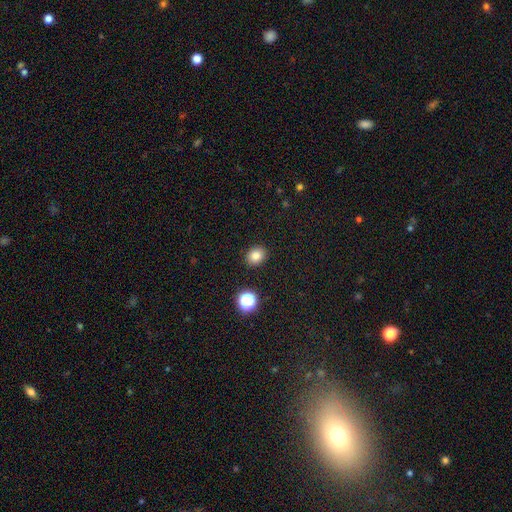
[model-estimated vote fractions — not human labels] smooth 82%, star or artifact 12%, featured or disk 6%. Down the decision tree: how rounded — round (54%); merging — none (90%).